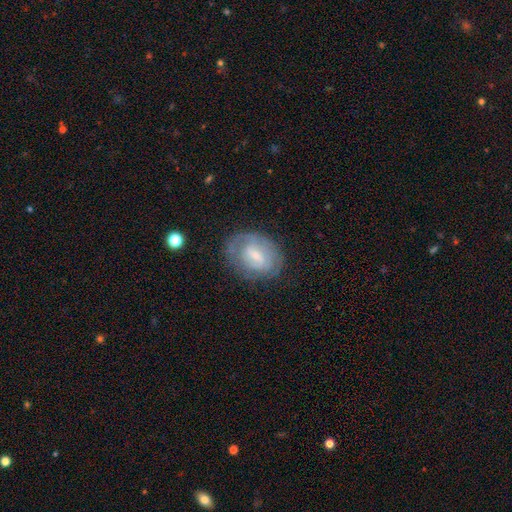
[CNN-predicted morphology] The model was most divided on "bulge size": small: 46%, moderate: 35%, none: 13%, large: 5%, dominant: 1%. More confident: edge-on disk — no (96%); spiral arms — yes (69%); merging — none (65%); smooth or featured — featured or disk (60%); bar — weak (55%).